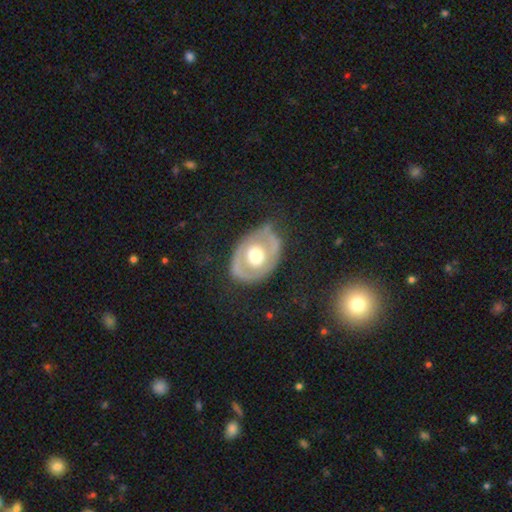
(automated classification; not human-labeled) Smooth or featured? featured or disk (62%)
Edge-on disk? no (93%)
Bar? no (86%)
Spiral arms? no (67%)
Bulge size? moderate (48%)
Merging? none (62%)